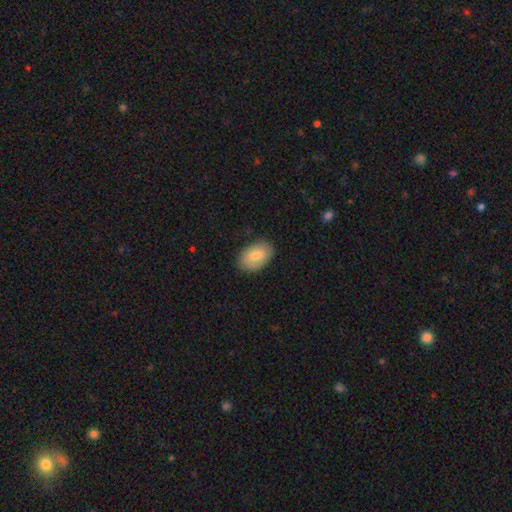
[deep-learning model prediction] smooth-or-featured: smooth: 80% | featured or disk: 14% | star or artifact: 6%
  how-rounded: in between: 92% | round: 7% | cigar-shaped: 1%
  merging: none: 83% | minor disturbance: 13% | major disturbance: 3% | merger: 1%